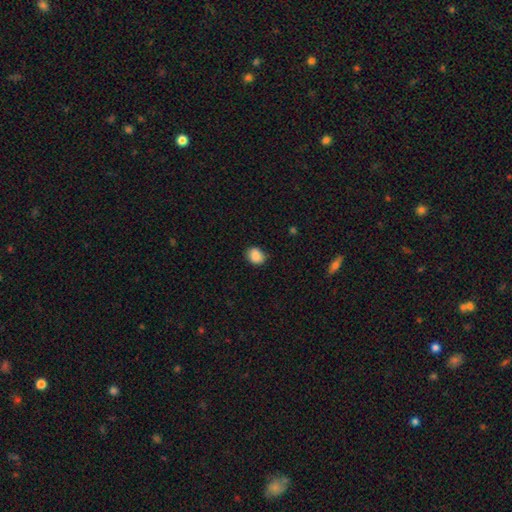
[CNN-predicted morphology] This appears to be a smooth galaxy with no disk features (89%) that is round (52%). Merging: none (83%).